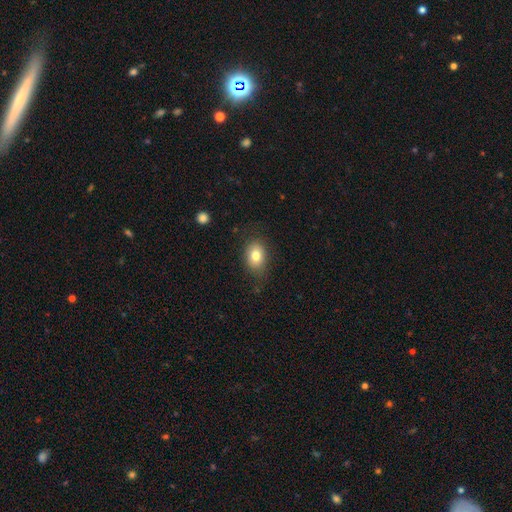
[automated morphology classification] smooth_or_featured: smooth (p=0.80) [alt: featured or disk p=0.11]
how_rounded: in between (p=0.75) [alt: round p=0.23]
merging: none (p=0.77) [alt: minor disturbance p=0.17]